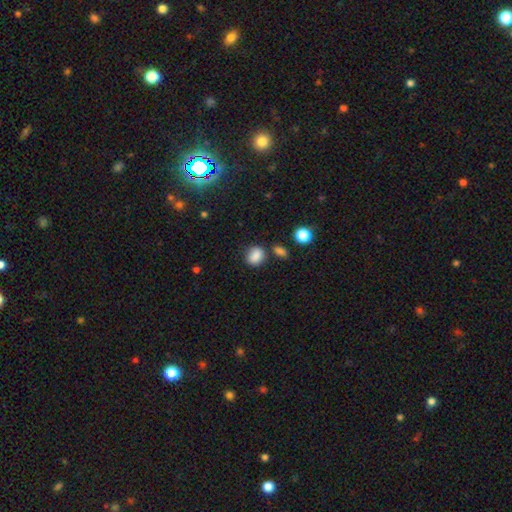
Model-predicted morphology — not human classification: smooth 83%, star or artifact 10%, featured or disk 7%. Down the decision tree: how rounded — round (57%); merging — none (66%).